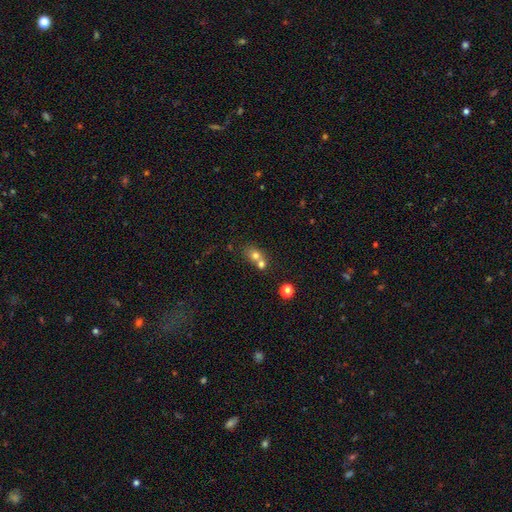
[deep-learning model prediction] smooth-or-featured: smooth: 70% | featured or disk: 16% | star or artifact: 14%
  how-rounded: round: 63% | in between: 36% | cigar-shaped: 1%
  merging: merger: 55% | none: 35% | minor disturbance: 7% | major disturbance: 3%